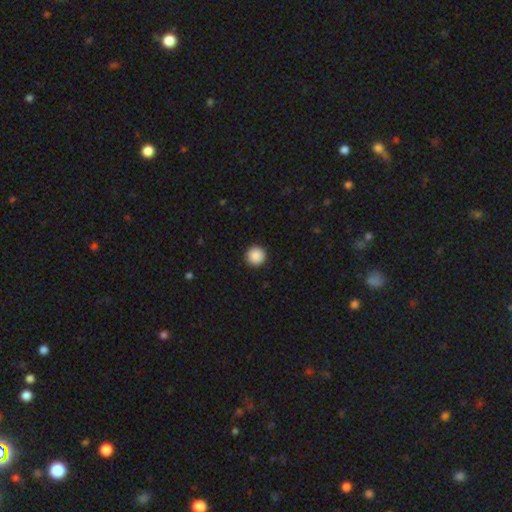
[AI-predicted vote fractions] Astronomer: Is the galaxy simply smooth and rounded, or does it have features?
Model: smooth — 89%.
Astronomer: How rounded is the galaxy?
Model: round — 96%.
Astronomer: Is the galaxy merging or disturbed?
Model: none — 93%.